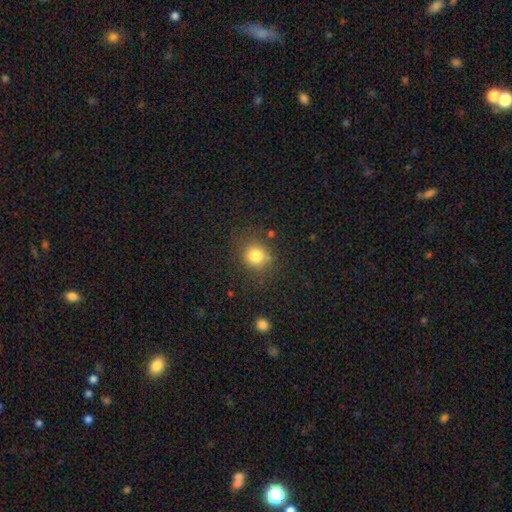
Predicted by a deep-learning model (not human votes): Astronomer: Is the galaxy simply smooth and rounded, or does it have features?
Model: smooth — 81%.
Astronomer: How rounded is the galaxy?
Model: round — 84%.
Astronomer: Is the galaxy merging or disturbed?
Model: none — 79%.